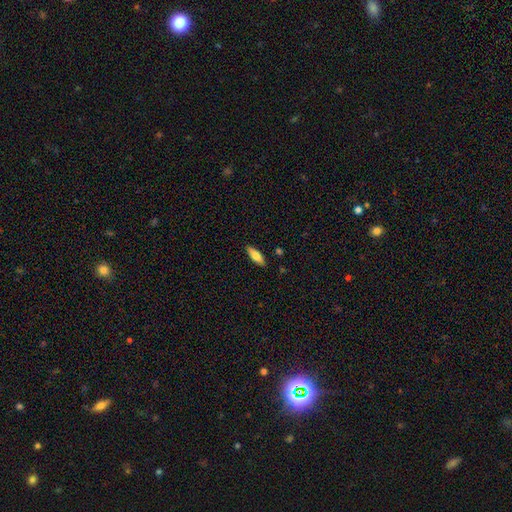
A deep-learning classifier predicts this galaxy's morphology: A smooth galaxy with no disk features (71%) that is in between round and cigar-shaped (55%).

Vote fractions:
- Smooth or featured? smooth: 71% / featured or disk: 23% / star or artifact: 6%
- How rounded? in between: 55% / cigar-shaped: 43% / round: 2%
- Merging? none: 88% / minor disturbance: 9% / major disturbance: 2% / merger: 1%